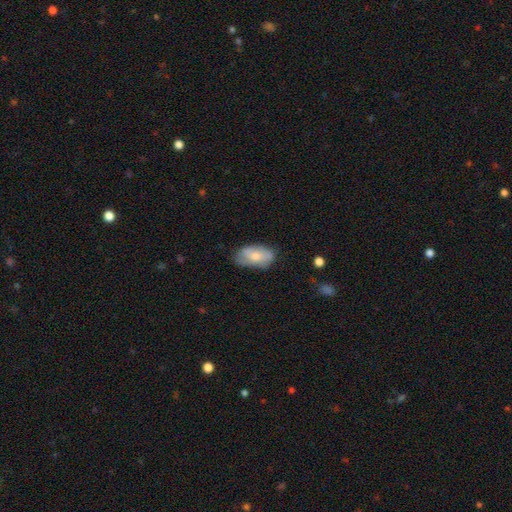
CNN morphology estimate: smooth_or_featured: smooth (p=0.67) [alt: featured or disk p=0.27]
how_rounded: in between (p=0.93) [alt: round p=0.04]
merging: none (p=0.64) [alt: minor disturbance p=0.28]